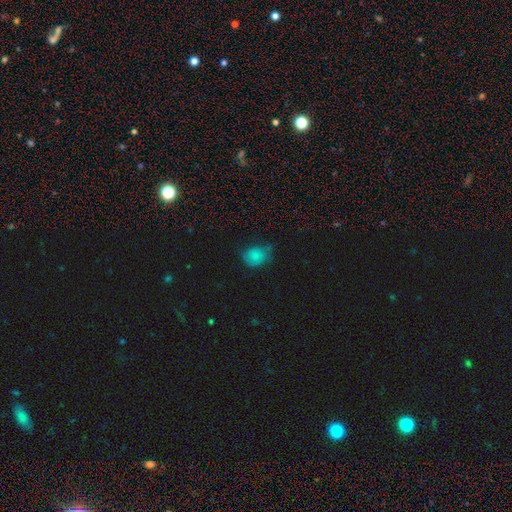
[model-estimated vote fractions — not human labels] Smooth or featured? smooth (72%)
How rounded? round (59%)
Merging? none (46%)